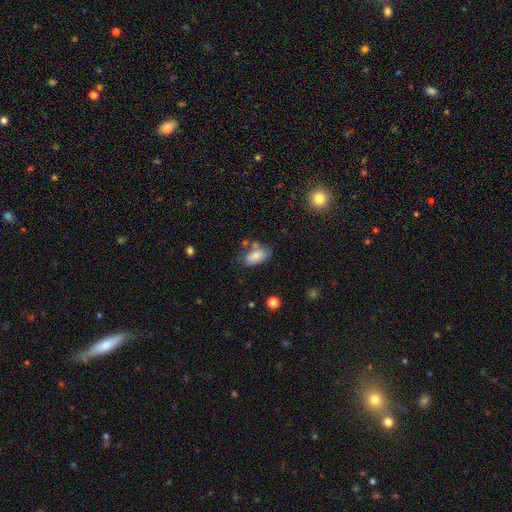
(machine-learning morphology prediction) smooth-or-featured: smooth: 81% | featured or disk: 12% | star or artifact: 7%
  how-rounded: in between: 92% | cigar-shaped: 5% | round: 3%
  merging: none: 57% | minor disturbance: 22% | merger: 14% | major disturbance: 8%